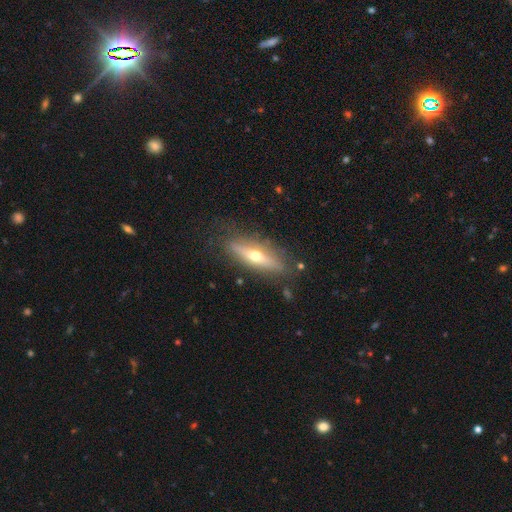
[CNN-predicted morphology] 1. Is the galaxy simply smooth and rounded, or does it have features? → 56% featured or disk, 37% smooth, 7% star or artifact.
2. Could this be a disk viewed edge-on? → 81% yes, 19% no.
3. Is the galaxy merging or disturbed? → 81% none, 13% minor disturbance, 4% major disturbance, 2% merger.